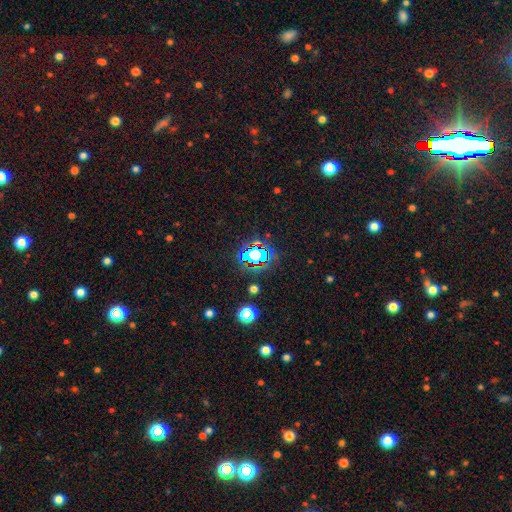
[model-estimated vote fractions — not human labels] Overall: star or artifact (58%; smooth 29%).